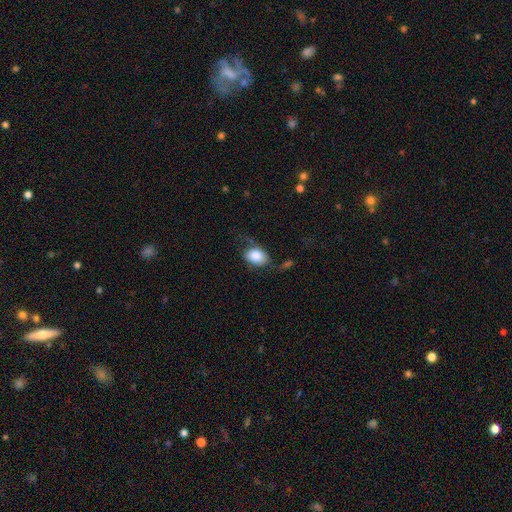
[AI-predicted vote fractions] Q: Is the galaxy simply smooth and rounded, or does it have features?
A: smooth — 80%.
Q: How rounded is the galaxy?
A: in between — 79%.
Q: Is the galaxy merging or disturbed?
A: none — 53%.